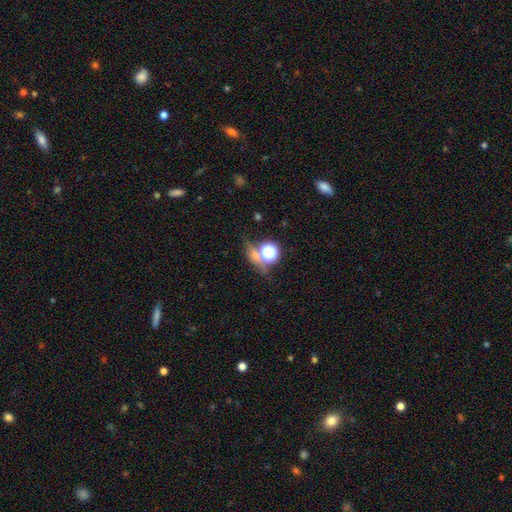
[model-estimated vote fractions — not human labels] star or artifact 46%, smooth 40%, featured or disk 14%.